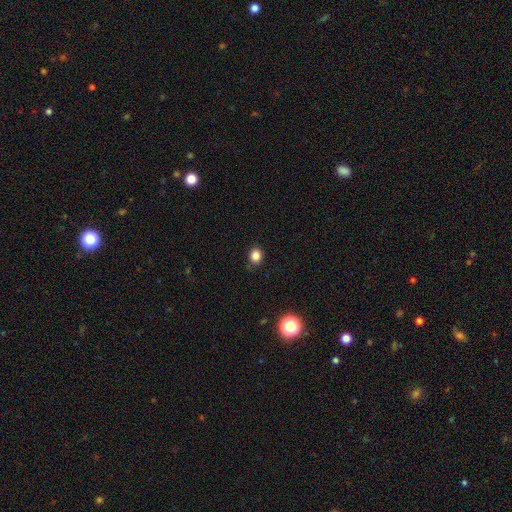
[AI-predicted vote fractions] smooth_or_featured: smooth (p=0.83) [alt: star or artifact p=0.12]
how_rounded: round (p=0.75) [alt: in between p=0.24]
merging: none (p=0.86) [alt: minor disturbance p=0.10]